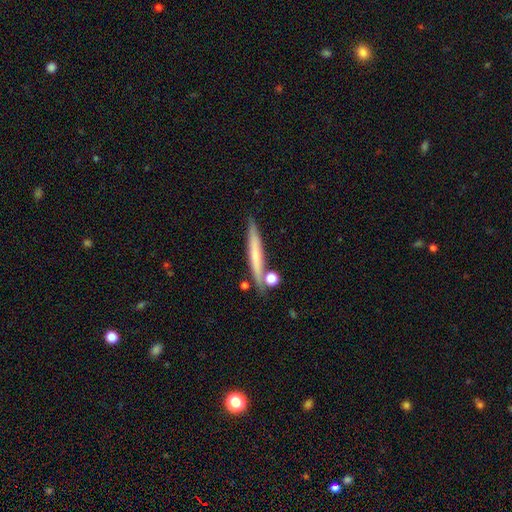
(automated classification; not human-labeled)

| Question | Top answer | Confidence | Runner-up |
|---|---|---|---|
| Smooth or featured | smooth | 54% | featured or disk (39%) |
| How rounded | cigar-shaped | 94% | in between (4%) |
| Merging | none | 77% | minor disturbance (12%) |